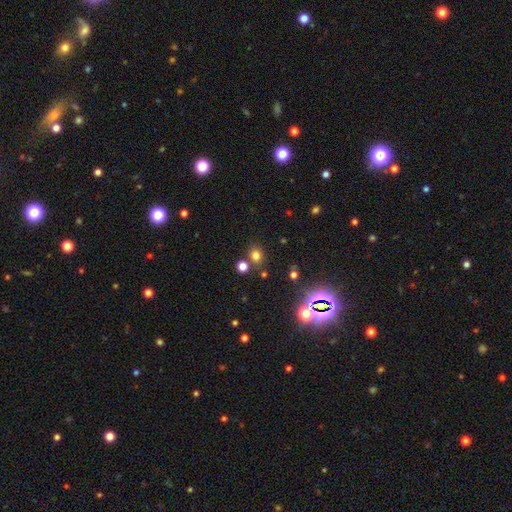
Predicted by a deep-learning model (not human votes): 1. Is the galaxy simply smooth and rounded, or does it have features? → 71% smooth, 22% star or artifact, 6% featured or disk.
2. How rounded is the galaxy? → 72% round, 27% in between, 1% cigar-shaped.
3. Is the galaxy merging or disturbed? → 75% none, 12% merger, 9% minor disturbance, 4% major disturbance.